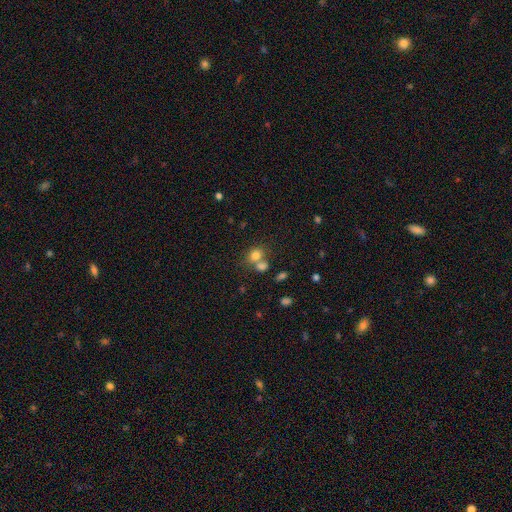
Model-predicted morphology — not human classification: Smooth or featured?
  - smooth: 76% *
  - star or artifact: 14%
  - featured or disk: 10%
How rounded?
  - round: 58% *
  - in between: 41%
  - cigar-shaped: 1%
Merging?
  - none: 43% *
  - merger: 42%
  - minor disturbance: 10%
  - major disturbance: 5%